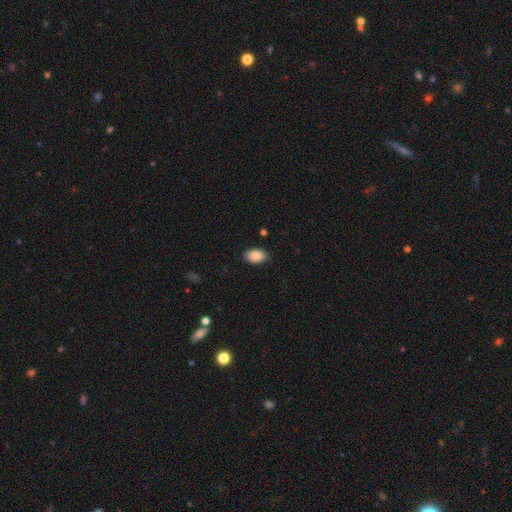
smooth-or-featured: smooth: 92% | star or artifact: 5% | featured or disk: 3%
  how-rounded: in between: 86% | round: 11% | cigar-shaped: 3%
  merging: none: 89% | minor disturbance: 11% | major disturbance: 0% | merger: 0%